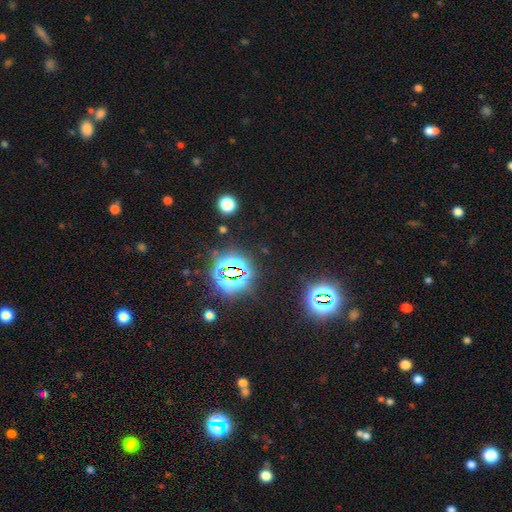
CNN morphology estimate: smooth-or-featured: star or artifact: 83% | smooth: 11% | featured or disk: 6%